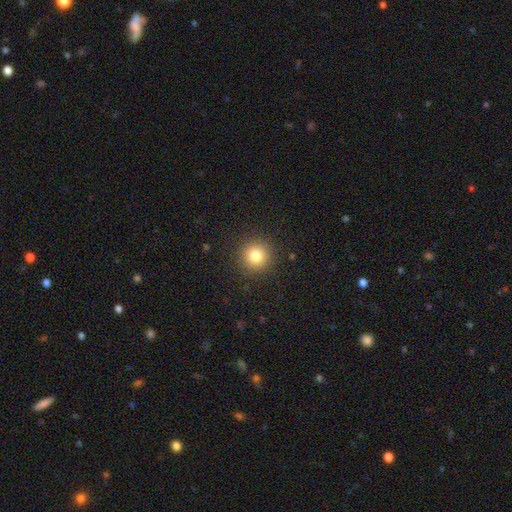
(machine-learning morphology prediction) smooth_or_featured: smooth (p=0.82) [alt: star or artifact p=0.12]
how_rounded: round (p=0.95) [alt: in between p=0.04]
merging: none (p=0.91) [alt: minor disturbance p=0.06]